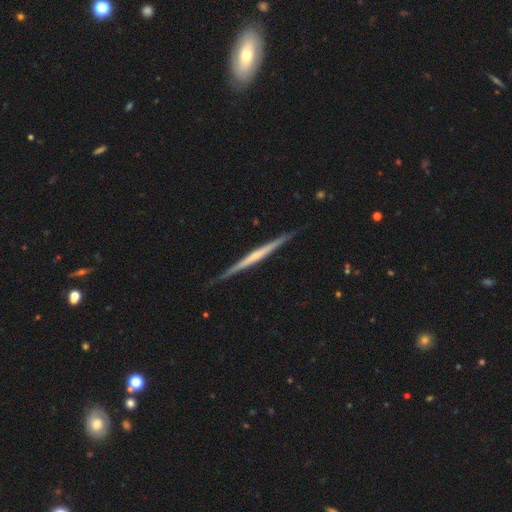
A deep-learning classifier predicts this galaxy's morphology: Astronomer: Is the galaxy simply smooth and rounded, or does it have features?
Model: featured or disk — 72%.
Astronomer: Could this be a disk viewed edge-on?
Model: yes — 98%.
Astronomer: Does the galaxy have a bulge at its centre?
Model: none — 60%.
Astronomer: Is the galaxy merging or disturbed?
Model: none — 89%.